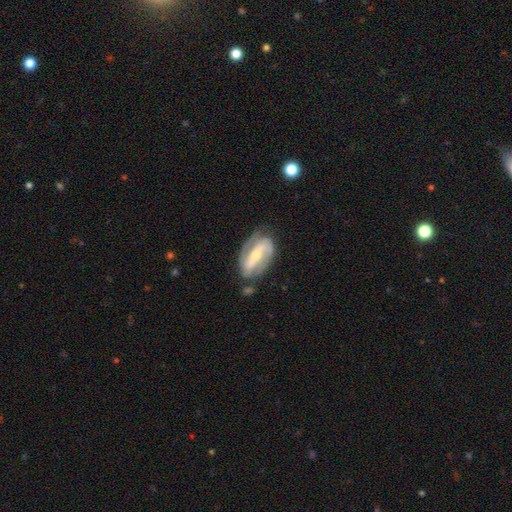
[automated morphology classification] smooth-or-featured: featured or disk: 82% | smooth: 13% | star or artifact: 5%
  disk-edge-on: no: 93% | yes: 7%
    bar: strong: 65% | weak: 22% | no: 13%
    has-spiral-arms: yes: 87% | no: 13%
      spiral-winding: medium: 42% | tight: 33% | loose: 24%
      spiral-arm-count: 2: 85% | can't tell: 8% | 1: 3% | 3: 2% | 4: 1% | more than 4: 1%
    bulge-size: moderate: 49% | small: 45% | large: 3% | none: 1% | dominant: 1%
  merging: none: 69% | minor disturbance: 20% | major disturbance: 8% | merger: 3%